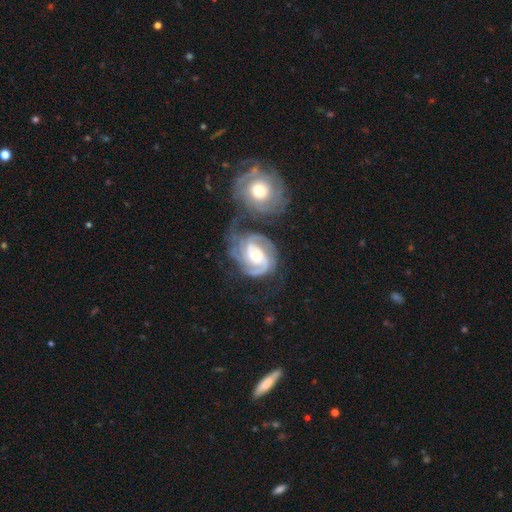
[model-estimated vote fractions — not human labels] Smooth or featured? Predicted: featured or disk (p=0.90). Edge-on disk? Predicted: no (p=0.98). Bar? Predicted: no (p=0.54). Spiral arms? Predicted: yes (p=0.98). Spiral winding? Predicted: tight (p=0.57). Spiral arm count? Predicted: 2 (p=0.43). Bulge size? Predicted: moderate (p=0.48). Merging? Predicted: none (p=0.40).